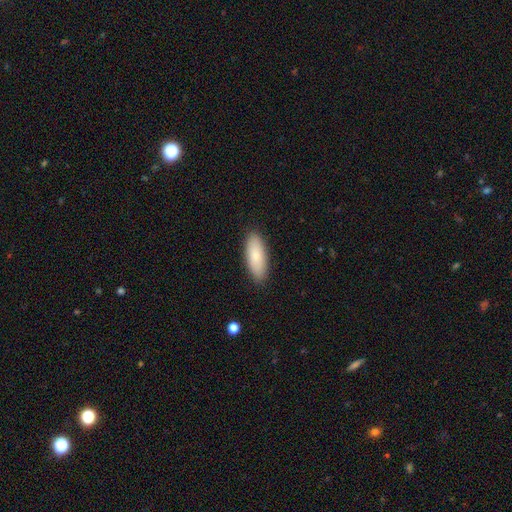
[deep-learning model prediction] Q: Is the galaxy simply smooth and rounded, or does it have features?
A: smooth — 81%.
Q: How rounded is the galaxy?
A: in between — 73%.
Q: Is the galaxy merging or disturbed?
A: none — 88%.